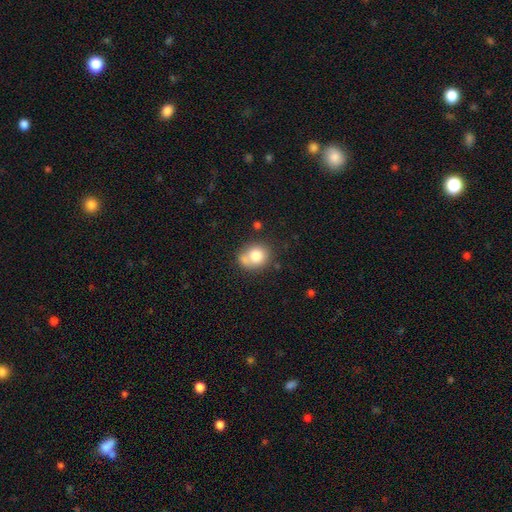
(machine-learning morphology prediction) The model was most divided on "merging": none: 50%, merger: 24%, minor disturbance: 18%, major disturbance: 7%. More confident: smooth or featured — smooth (78%); how rounded — round (72%).